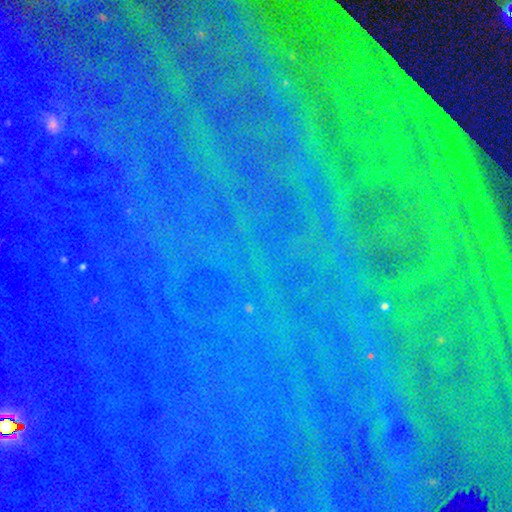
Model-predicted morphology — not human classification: Smooth or featured? Predicted: star or artifact (p=0.84).